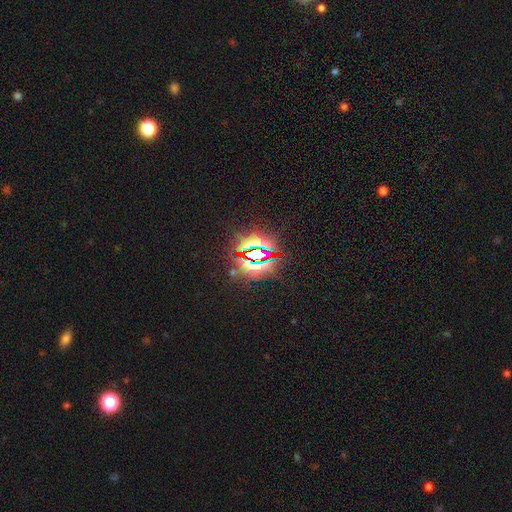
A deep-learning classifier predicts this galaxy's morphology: A star or artifact, not a galaxy (81%).

Vote fractions:
- Smooth or featured? star or artifact: 81% / smooth: 11% / featured or disk: 8%